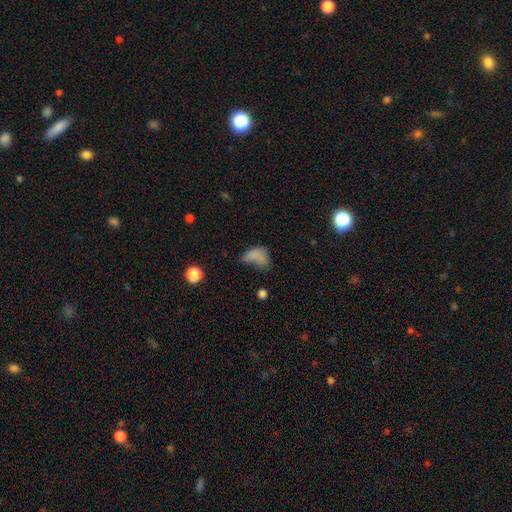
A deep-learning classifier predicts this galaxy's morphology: Smooth or featured?
  - smooth: 69% *
  - star or artifact: 16%
  - featured or disk: 16%
How rounded?
  - in between: 83% *
  - round: 13%
  - cigar-shaped: 3%
Merging?
  - major disturbance: 42% *
  - minor disturbance: 25%
  - none: 24%
  - merger: 9%